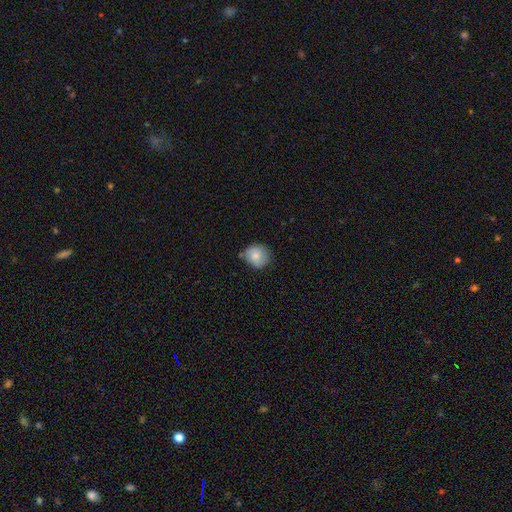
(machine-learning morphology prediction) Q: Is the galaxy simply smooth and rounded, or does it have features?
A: smooth — 80%.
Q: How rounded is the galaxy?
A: round — 84%.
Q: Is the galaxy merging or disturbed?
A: none — 67%.